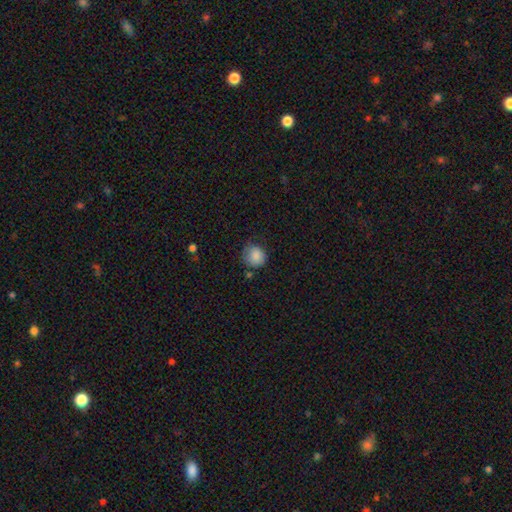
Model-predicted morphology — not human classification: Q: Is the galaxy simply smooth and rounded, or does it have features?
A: smooth — 86%.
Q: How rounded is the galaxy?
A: round — 85%.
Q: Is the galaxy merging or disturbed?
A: none — 66%.